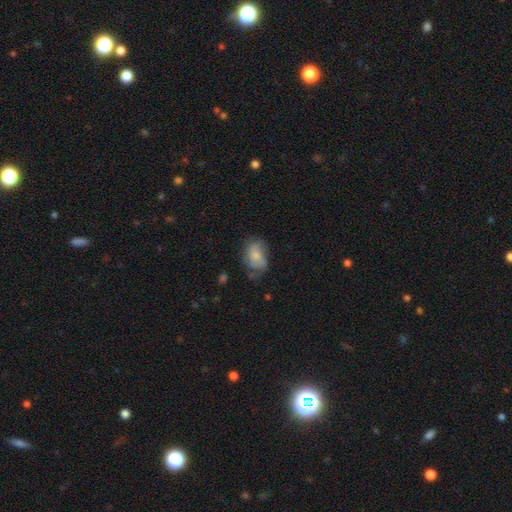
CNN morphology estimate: Smooth or featured? Predicted: smooth (p=0.70). How rounded? Predicted: in between (p=0.82). Merging? Predicted: none (p=0.49).